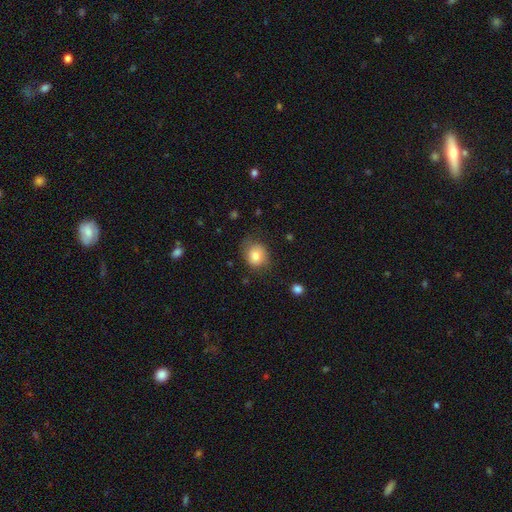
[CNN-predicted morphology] Overall: smooth (80%). How rounded: round (64%; in between 35%). Merging: none (68%).